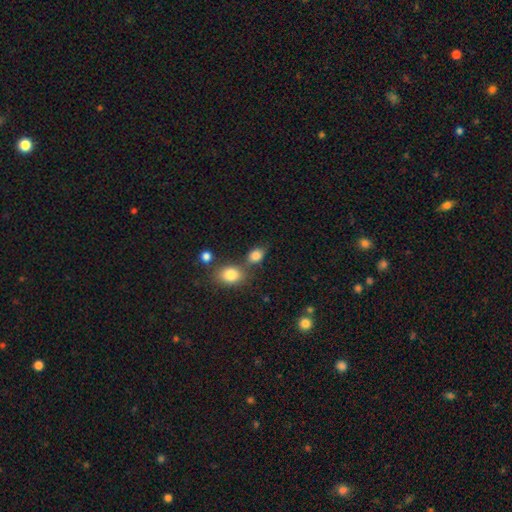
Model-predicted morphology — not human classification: Q: Smooth or featured?
A: smooth (84%); runner-up: star or artifact (10%)
Q: How rounded?
A: in between (66%); runner-up: round (32%)
Q: Merging?
A: none (58%); runner-up: merger (24%)